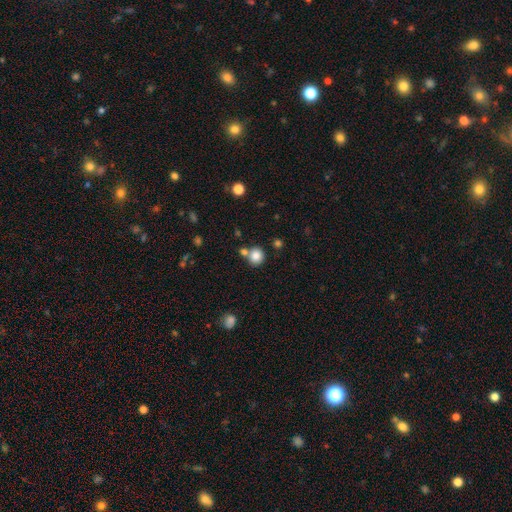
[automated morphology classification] Q: Smooth or featured?
A: smooth (84%); runner-up: star or artifact (10%)
Q: How rounded?
A: round (87%); runner-up: in between (12%)
Q: Merging?
A: none (66%); runner-up: merger (22%)